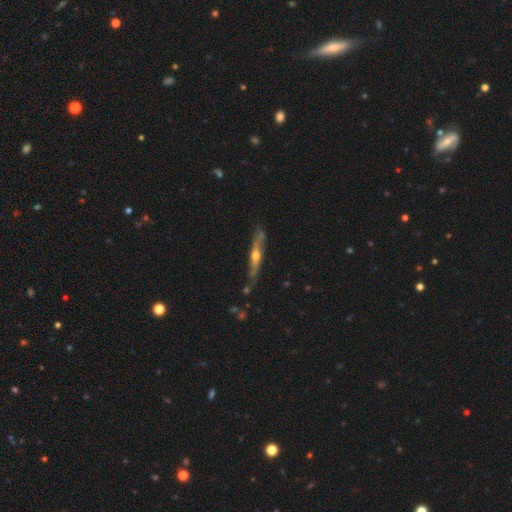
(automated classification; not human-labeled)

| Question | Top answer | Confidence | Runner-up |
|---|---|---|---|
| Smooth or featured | featured or disk | 70% | smooth (25%) |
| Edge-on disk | yes | 83% | no (17%) |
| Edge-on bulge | rounded | 84% | none (12%) |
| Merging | none | 69% | minor disturbance (22%) |